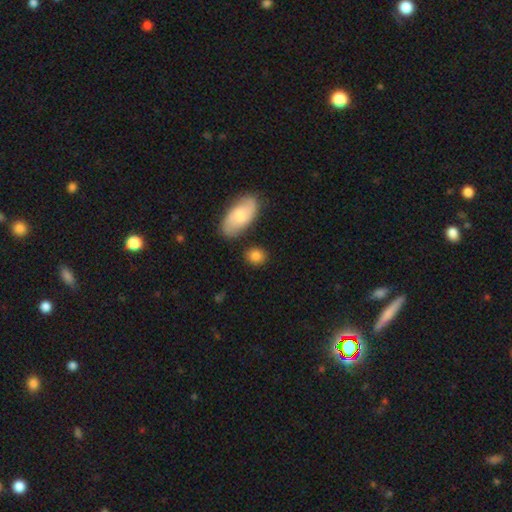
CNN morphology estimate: This appears to be a smooth galaxy with no disk features (84%) that is round (59%). Merging: none (79%).